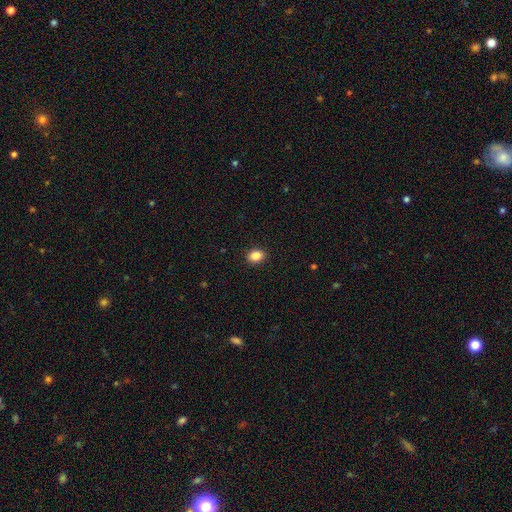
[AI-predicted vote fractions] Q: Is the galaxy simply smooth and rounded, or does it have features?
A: smooth — 87%.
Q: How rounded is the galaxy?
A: in between — 62%.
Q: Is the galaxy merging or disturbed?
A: none — 91%.